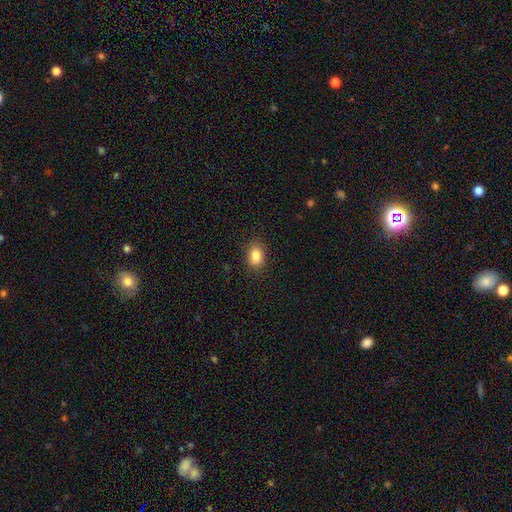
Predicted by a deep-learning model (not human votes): Q: Smooth or featured?
A: smooth (84%); runner-up: star or artifact (9%)
Q: How rounded?
A: in between (73%); runner-up: round (26%)
Q: Merging?
A: none (87%); runner-up: minor disturbance (9%)